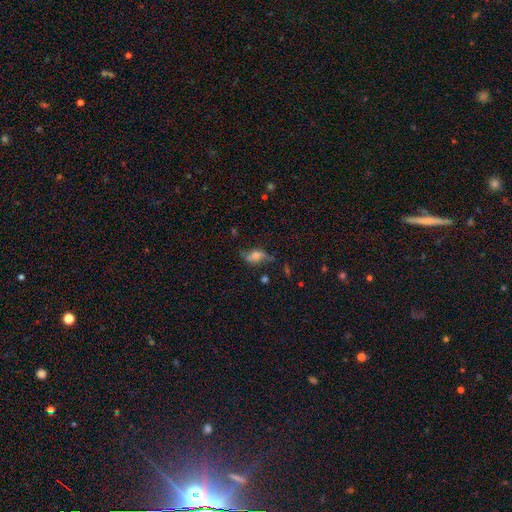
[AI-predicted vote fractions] A featured or disk galaxy (47%). Merging: none (58%).